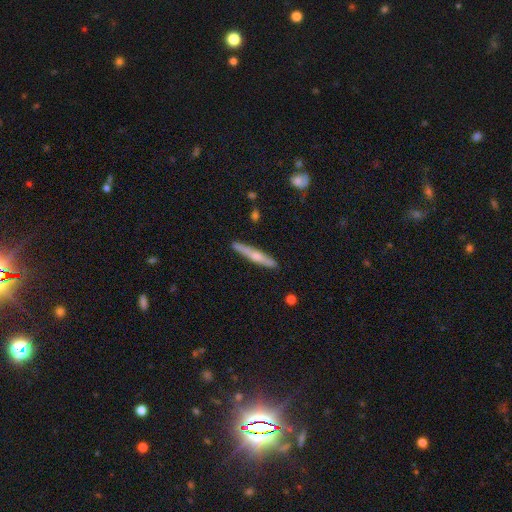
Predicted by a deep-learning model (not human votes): The model was most divided on "smooth or featured": featured or disk: 53%, smooth: 42%, star or artifact: 6%. More confident: edge-on disk — yes (96%); merging — none (89%); edge-on bulge — rounded (80%).